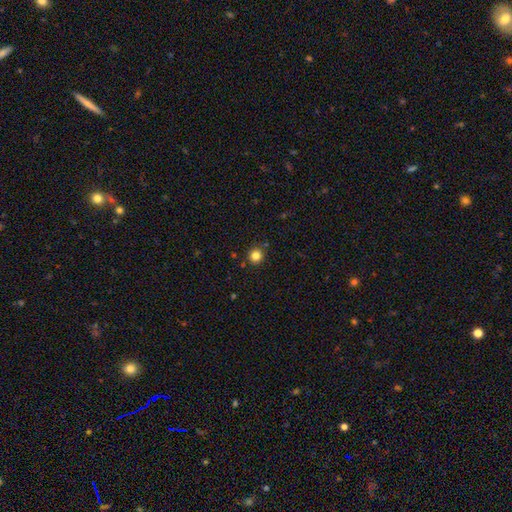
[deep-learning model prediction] Smooth or featured? Predicted: smooth (p=0.82). How rounded? Predicted: round (p=0.93). Merging? Predicted: none (p=0.87).